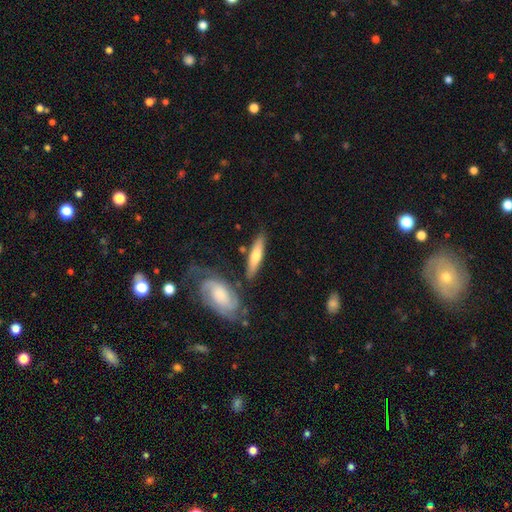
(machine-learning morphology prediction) Smooth or featured? Predicted: smooth (p=0.58). How rounded? Predicted: cigar-shaped (p=0.75). Merging? Predicted: none (p=0.71).